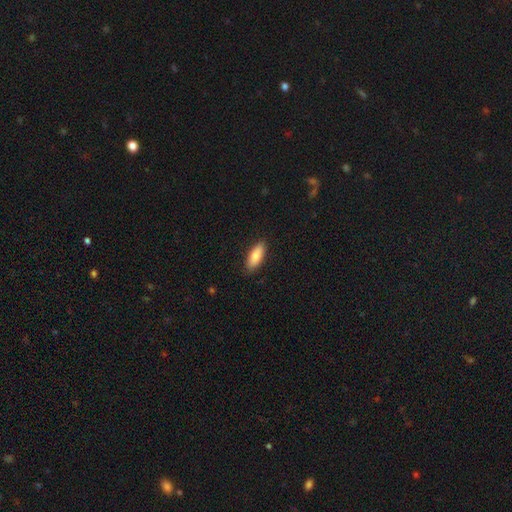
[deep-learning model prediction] Smooth or featured?
  - smooth: 82% *
  - featured or disk: 12%
  - star or artifact: 6%
How rounded?
  - in between: 76% *
  - cigar-shaped: 22%
  - round: 2%
Merging?
  - none: 88% *
  - minor disturbance: 10%
  - major disturbance: 2%
  - merger: 1%